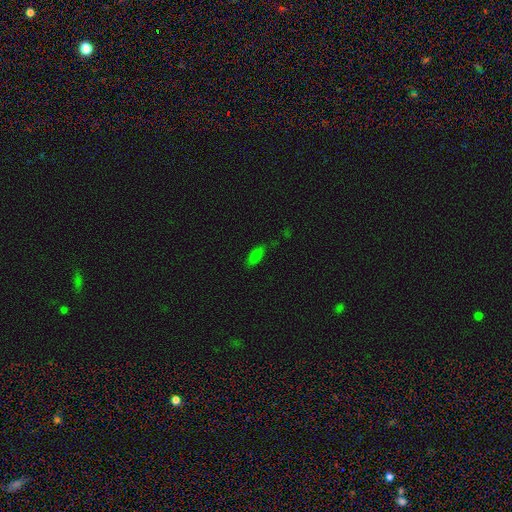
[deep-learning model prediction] The model was most divided on "how rounded": in between: 74%, cigar-shaped: 23%, round: 3%. More confident: smooth or featured — smooth (76%); merging — none (76%).